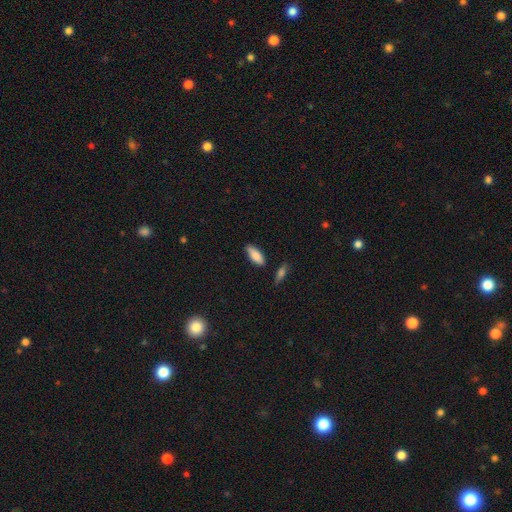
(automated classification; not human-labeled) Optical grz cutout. It shows a smooth galaxy with no disk features (84%) that is in between round and cigar-shaped (75%). Merging: none (79%).